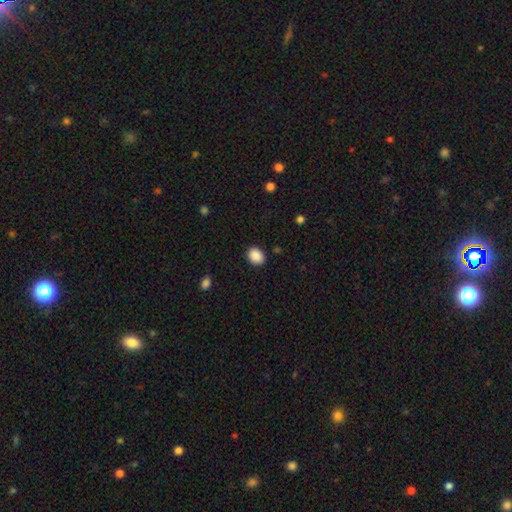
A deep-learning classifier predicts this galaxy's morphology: Overall: smooth (89%). How rounded: in between (57%; round 43%). Merging: none (88%).